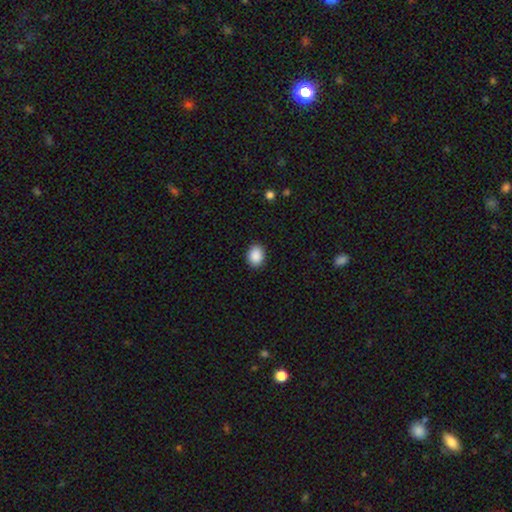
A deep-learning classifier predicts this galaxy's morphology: Q: Smooth or featured?
A: smooth (90%); runner-up: star or artifact (8%)
Q: How rounded?
A: in between (57%); runner-up: round (42%)
Q: Merging?
A: none (89%); runner-up: minor disturbance (8%)